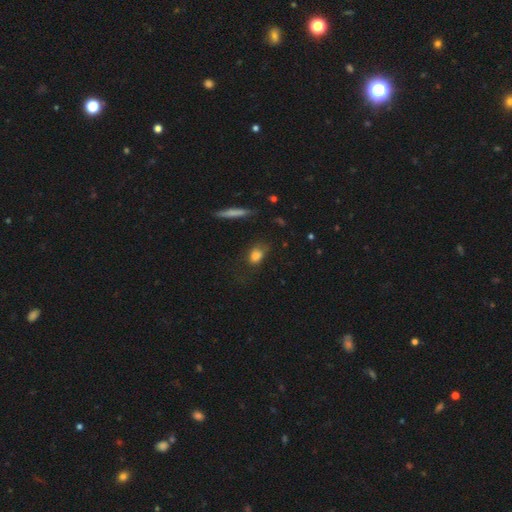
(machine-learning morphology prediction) The model was most divided on "merging": none: 58%, minor disturbance: 24%, major disturbance: 15%, merger: 4%. More confident: smooth or featured — smooth (79%); how rounded — in between (70%).